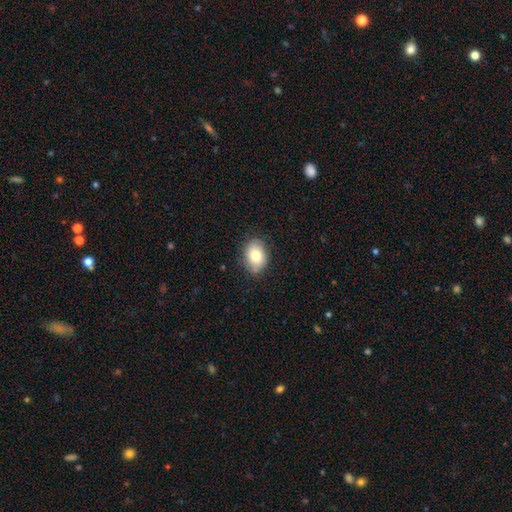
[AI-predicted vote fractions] smooth_or_featured: smooth (p=0.79) [alt: featured or disk p=0.14]
how_rounded: in between (p=0.76) [alt: round p=0.23]
merging: none (p=0.81) [alt: minor disturbance p=0.15]